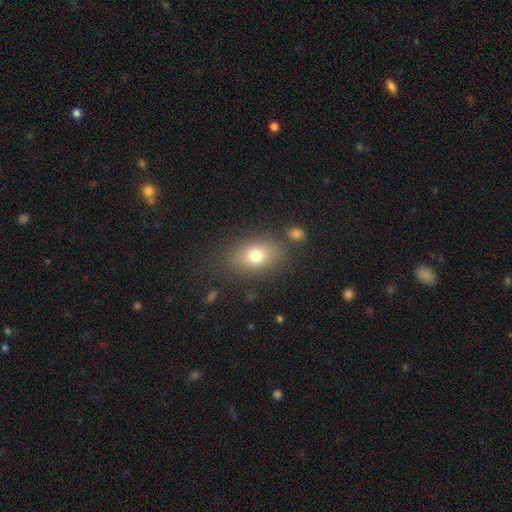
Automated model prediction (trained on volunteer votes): This is likely a smooth galaxy (76%). How rounded: likely in between (75%). Merging: likely none (76%).